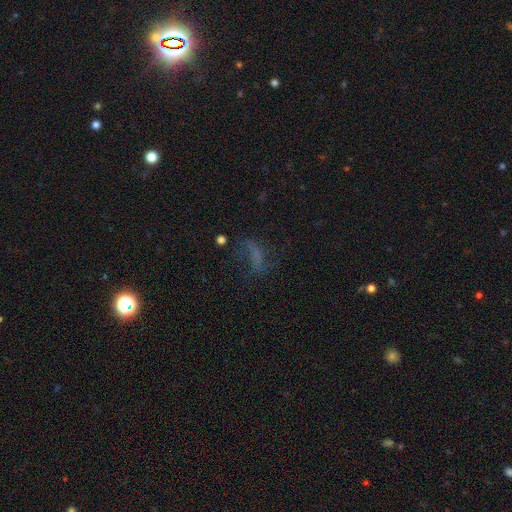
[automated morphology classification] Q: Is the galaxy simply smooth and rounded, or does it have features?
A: smooth — 41%.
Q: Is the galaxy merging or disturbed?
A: none — 45%.